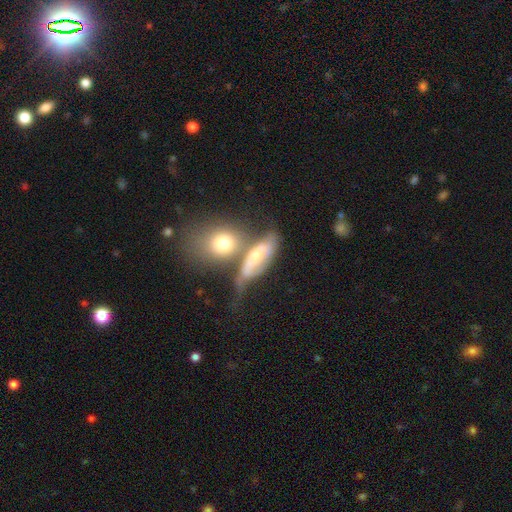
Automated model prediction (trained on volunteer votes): This appears to be a featured or disk galaxy (52%). Merging: merger (45%).